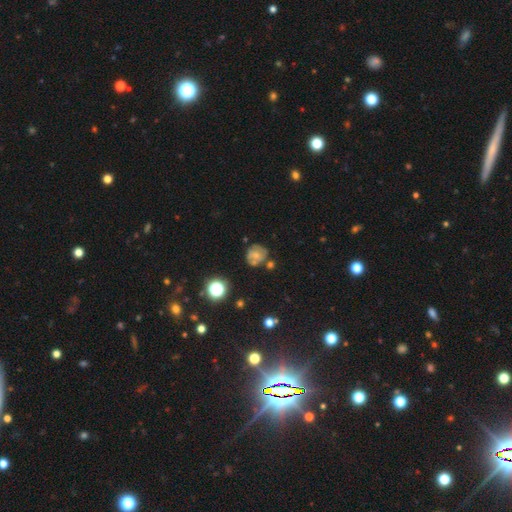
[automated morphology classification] Smooth or featured? featured or disk (45%)
Merging? none (57%)